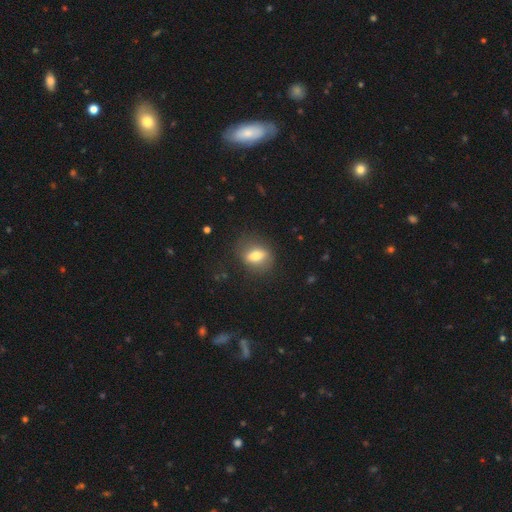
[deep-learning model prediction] Q: Smooth or featured?
A: smooth (68%); runner-up: featured or disk (22%)
Q: How rounded?
A: in between (68%); runner-up: round (23%)
Q: Merging?
A: none (76%); runner-up: minor disturbance (15%)